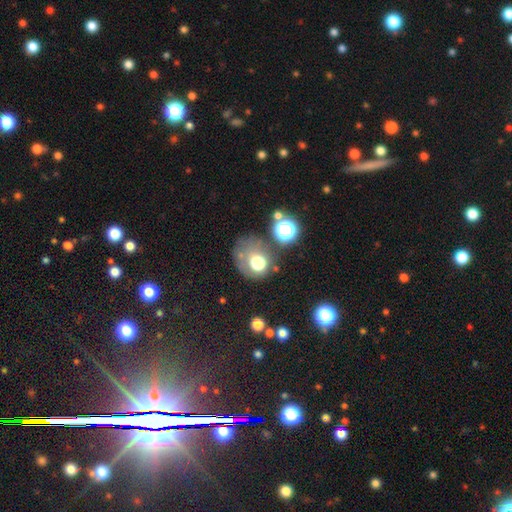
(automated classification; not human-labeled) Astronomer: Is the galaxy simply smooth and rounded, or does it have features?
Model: smooth — 49% (runner-up: star or artifact, 32%).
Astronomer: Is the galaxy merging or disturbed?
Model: none — 58%.